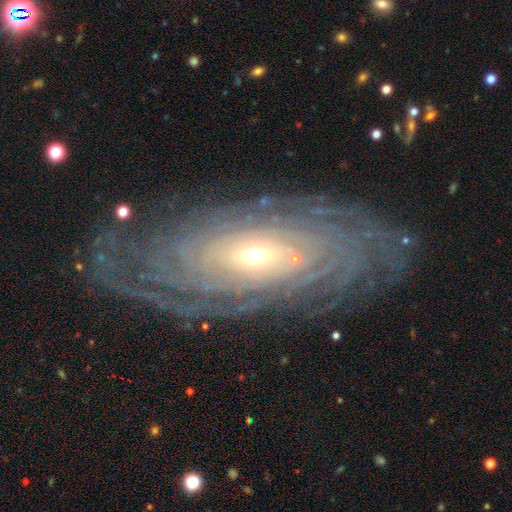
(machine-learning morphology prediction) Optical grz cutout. It shows a featured or disk galaxy (86%) with no bar (69%), tight (83%) spiral arms (94%) and a small central bulge (51%). Merging: none (79%).